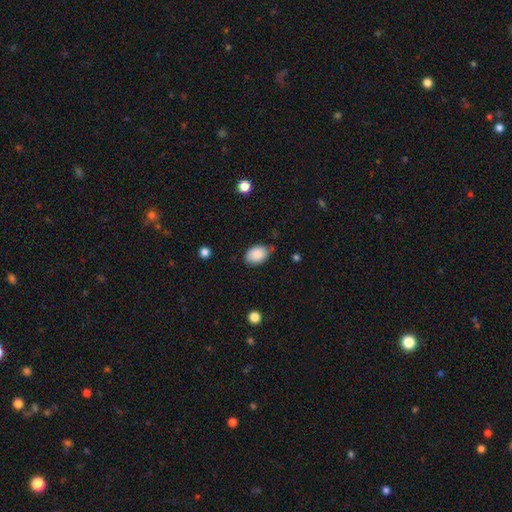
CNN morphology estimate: Smooth or featured? Predicted: smooth (p=0.89). How rounded? Predicted: in between (p=0.85). Merging? Predicted: none (p=0.73).